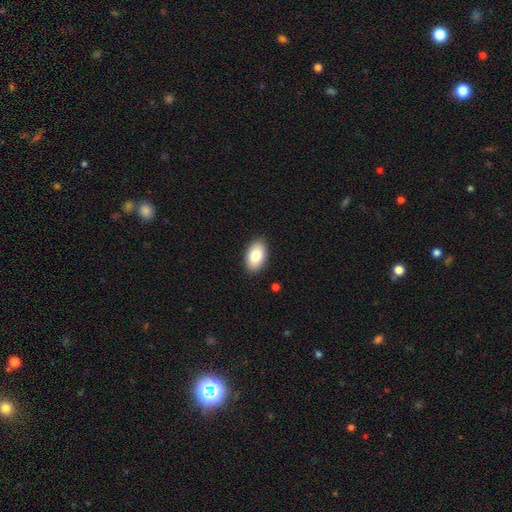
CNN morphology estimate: Smooth or featured? Predicted: smooth (p=0.84). How rounded? Predicted: in between (p=0.94). Merging? Predicted: none (p=0.89).